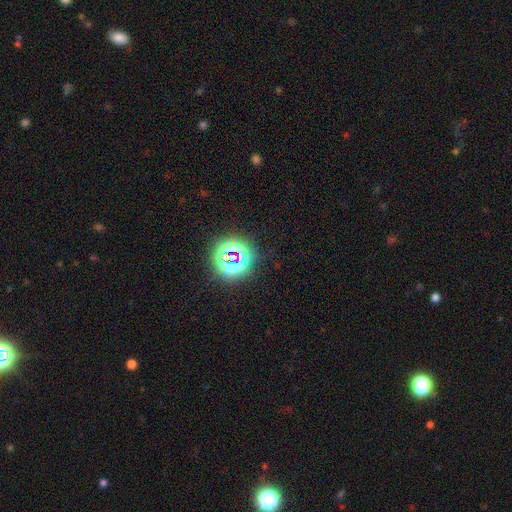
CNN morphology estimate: Smooth or featured? Predicted: star or artifact (p=0.79).